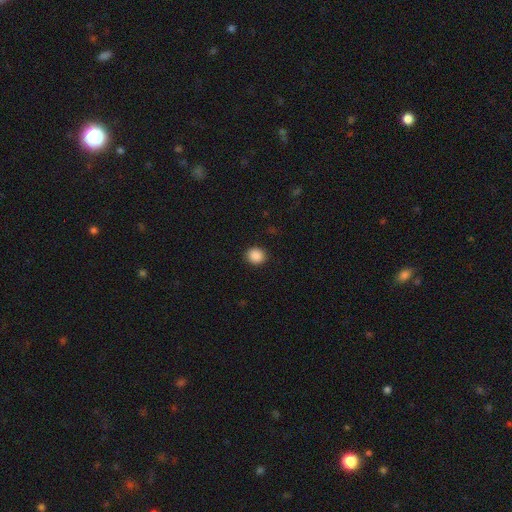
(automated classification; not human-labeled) A smooth galaxy with no disk features (89%) that is round (82%). Merging: none (91%).